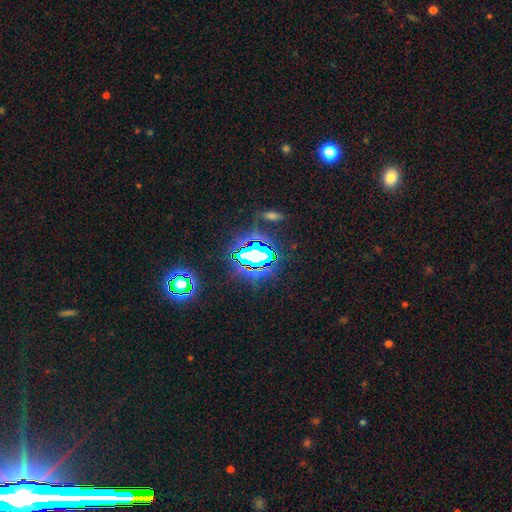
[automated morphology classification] This appears to be a star or artifact, not a galaxy (72%).